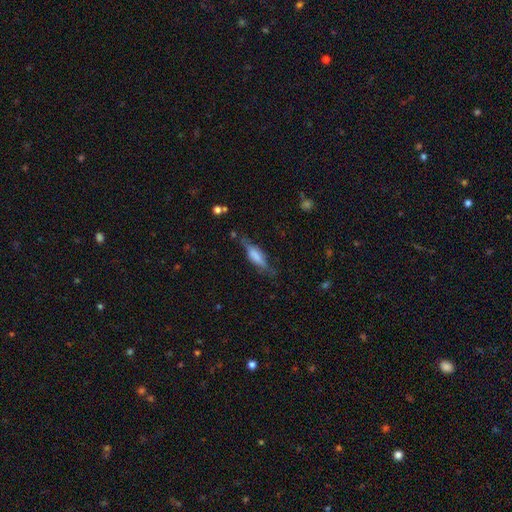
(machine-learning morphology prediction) Smooth or featured? smooth (48%)
Merging? none (63%)